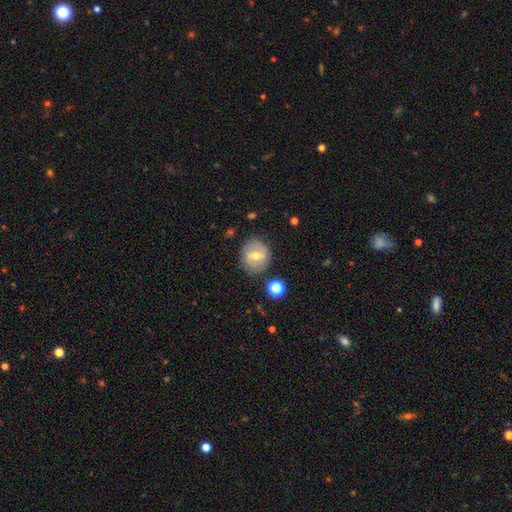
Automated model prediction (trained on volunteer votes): Smooth or featured? Predicted: featured or disk (p=0.47). Merging? Predicted: none (p=0.81).